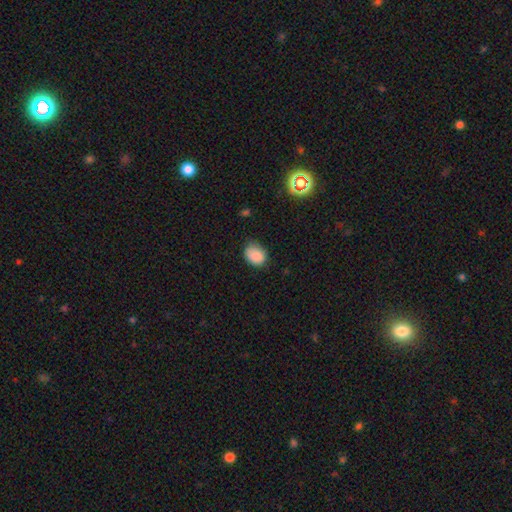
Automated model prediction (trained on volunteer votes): This appears to be a smooth galaxy with no disk features (86%) that is in between round and cigar-shaped (56%). Merging: none (67%).